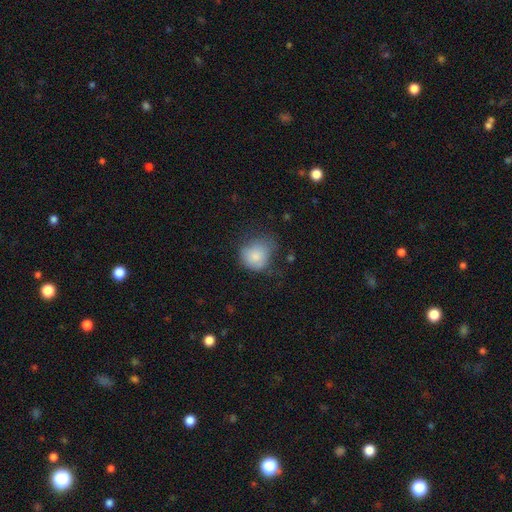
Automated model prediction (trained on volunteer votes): A smooth galaxy with no disk features (81%) that is round (72%).

Vote fractions:
- Smooth or featured? smooth: 81% / featured or disk: 10% / star or artifact: 9%
- How rounded? round: 72% / in between: 27% / cigar-shaped: 1%
- Merging? none: 45% / minor disturbance: 36% / major disturbance: 17% / merger: 2%